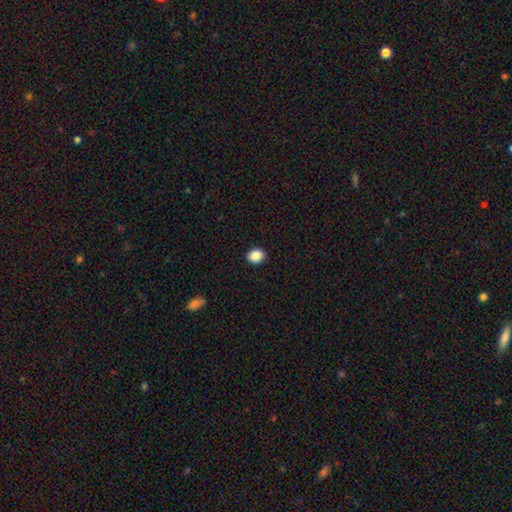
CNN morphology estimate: A smooth galaxy with no disk features (88%) that is round (55%).

Vote fractions:
- Smooth or featured? smooth: 88% / star or artifact: 9% / featured or disk: 3%
- How rounded? round: 55% / in between: 44% / cigar-shaped: 1%
- Merging? none: 92% / minor disturbance: 6% / major disturbance: 2% / merger: 1%